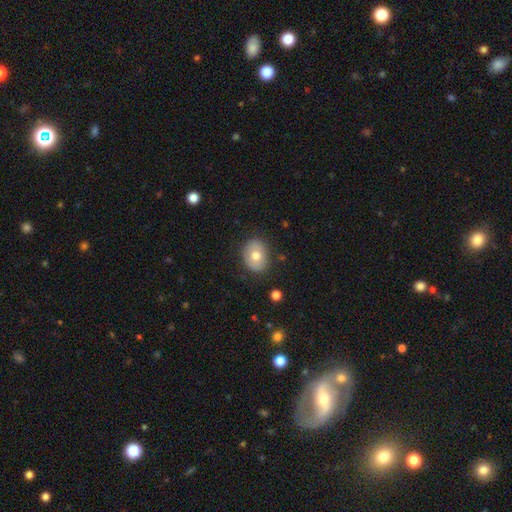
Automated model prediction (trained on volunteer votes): Smooth or featured? Predicted: smooth (p=0.70). How rounded? Predicted: in between (p=0.58). Merging? Predicted: none (p=0.81).